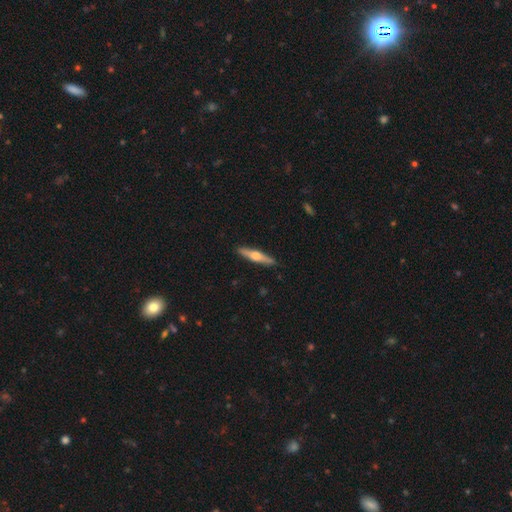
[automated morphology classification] The model was most divided on "smooth or featured": featured or disk: 59%, smooth: 36%, star or artifact: 5%. More confident: edge-on disk — yes (96%); edge-on bulge — rounded (92%); merging — none (91%).